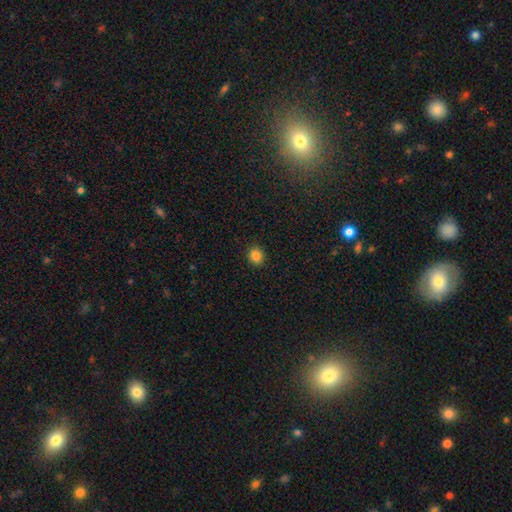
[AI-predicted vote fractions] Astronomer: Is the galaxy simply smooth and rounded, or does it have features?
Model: smooth — 85%.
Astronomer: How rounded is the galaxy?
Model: round — 75%.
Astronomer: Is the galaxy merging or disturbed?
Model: none — 91%.